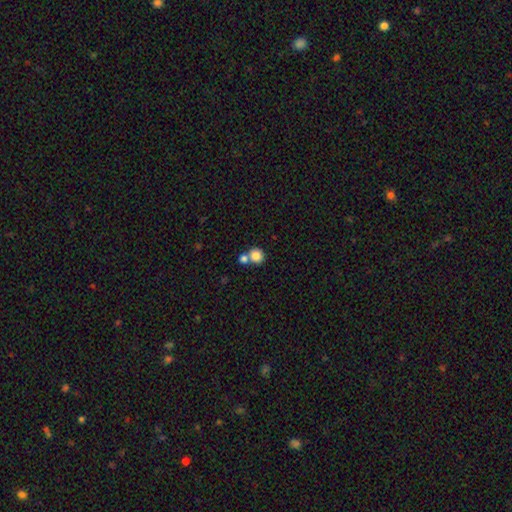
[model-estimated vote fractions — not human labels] Smooth or featured?
  - smooth: 84% *
  - star or artifact: 9%
  - featured or disk: 6%
How rounded?
  - round: 88% *
  - in between: 11%
  - cigar-shaped: 1%
Merging?
  - none: 51% *
  - merger: 39%
  - minor disturbance: 7%
  - major disturbance: 3%